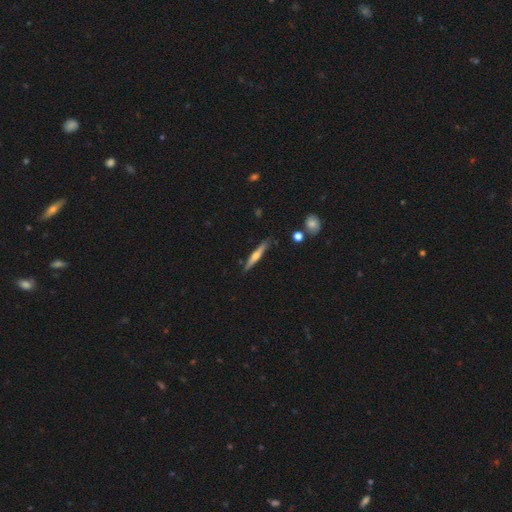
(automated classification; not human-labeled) Smooth or featured?
  - featured or disk: 52% *
  - smooth: 42%
  - star or artifact: 6%
Edge-on disk?
  - yes: 95% *
  - no: 5%
Merging?
  - none: 86% *
  - minor disturbance: 10%
  - merger: 2%
  - major disturbance: 2%